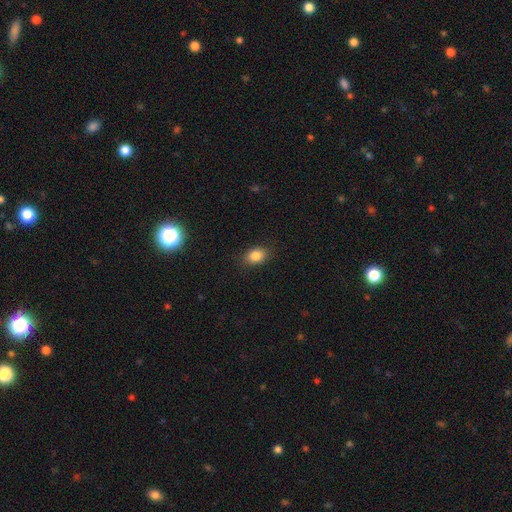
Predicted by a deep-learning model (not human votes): smooth_or_featured: smooth (p=0.84) [alt: star or artifact p=0.10]
how_rounded: in between (p=0.75) [alt: round p=0.23]
merging: none (p=0.85) [alt: minor disturbance p=0.11]